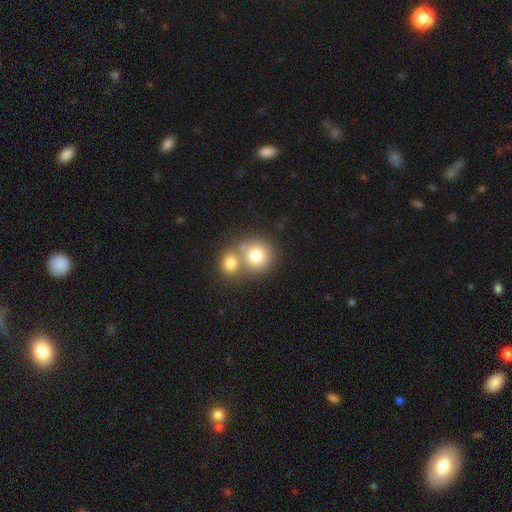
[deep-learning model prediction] A smooth galaxy with no disk features (77%) that is round (87%). Merging: merger (48%).